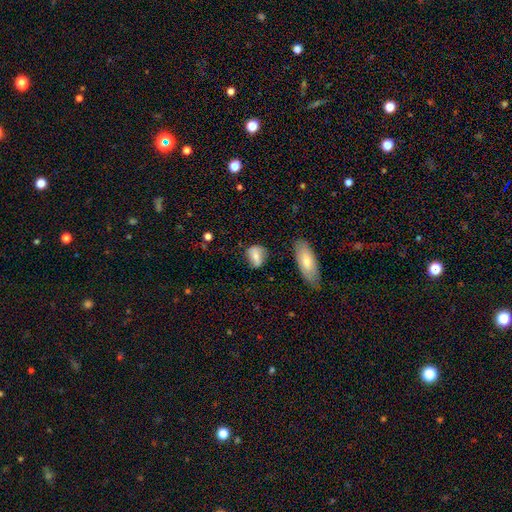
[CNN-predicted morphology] smooth_or_featured: smooth (p=0.68) [alt: featured or disk p=0.24]
how_rounded: in between (p=0.61) [alt: round p=0.35]
merging: none (p=0.65) [alt: minor disturbance p=0.23]